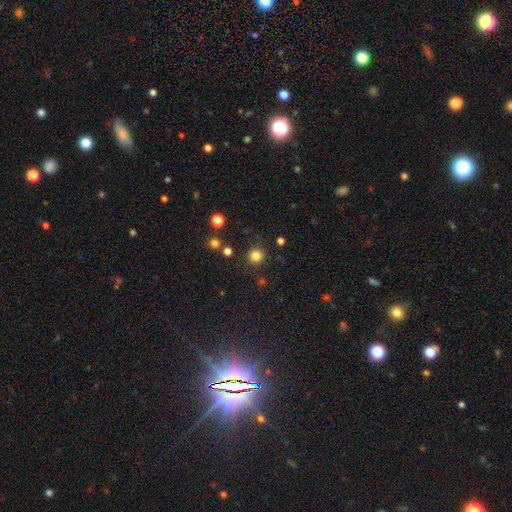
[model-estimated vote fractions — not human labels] smooth 83%, star or artifact 14%, featured or disk 4%. Down the decision tree: how rounded — round (94%); merging — none (87%).